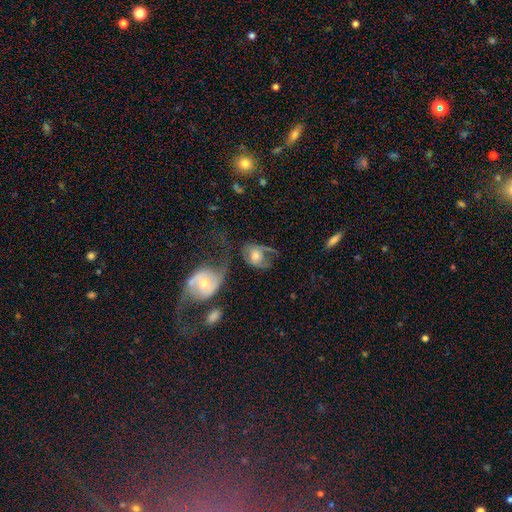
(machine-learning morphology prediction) Smooth or featured? Predicted: featured or disk (p=0.52). Edge-on disk? Predicted: no (p=0.96). Bar? Predicted: no (p=0.71). Spiral arms? Predicted: yes (p=0.67). Bulge size? Predicted: moderate (p=0.62). Merging? Predicted: major disturbance (p=0.43).